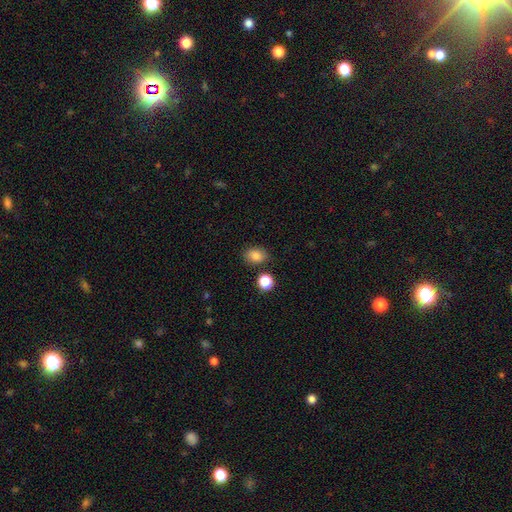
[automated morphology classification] Q: Smooth or featured?
A: smooth (83%); runner-up: star or artifact (11%)
Q: How rounded?
A: in between (68%); runner-up: round (30%)
Q: Merging?
A: none (82%); runner-up: minor disturbance (11%)